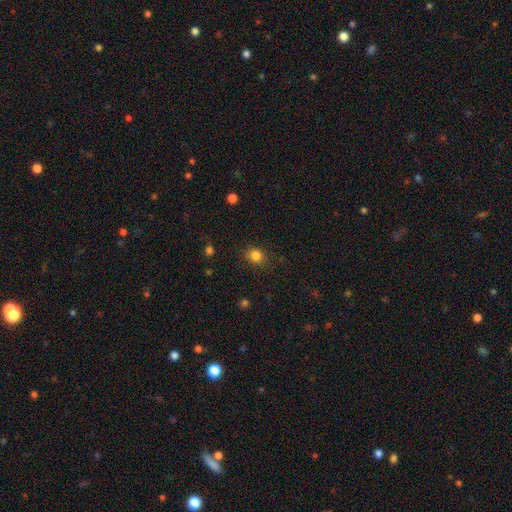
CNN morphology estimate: smooth 83%, star or artifact 12%, featured or disk 5%. Down the decision tree: how rounded — round (70%); merging — none (83%).